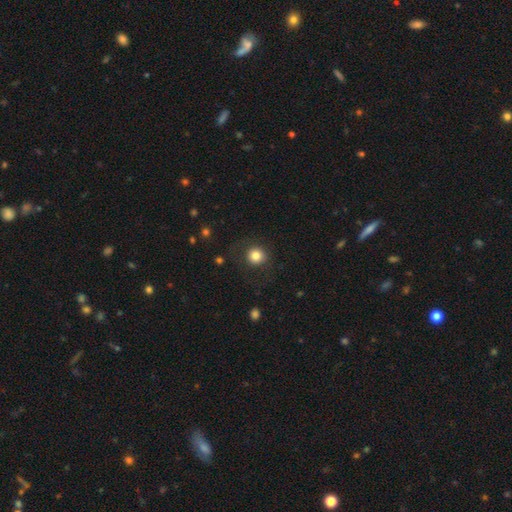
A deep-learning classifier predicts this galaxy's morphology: A smooth galaxy with no disk features (82%) that is round (92%). Merging: none (82%).